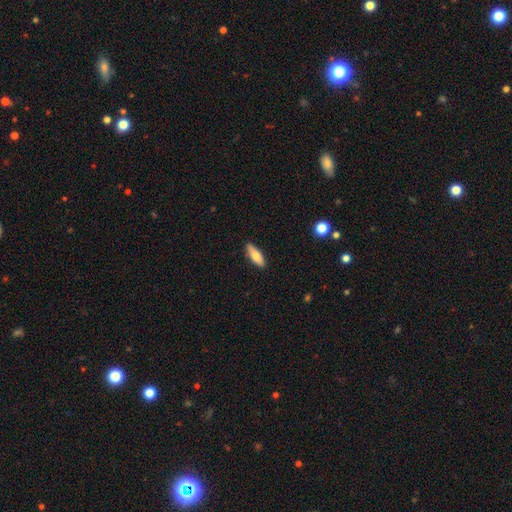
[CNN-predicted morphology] Smooth or featured? smooth (71%)
How rounded? in between (55%)
Merging? none (87%)